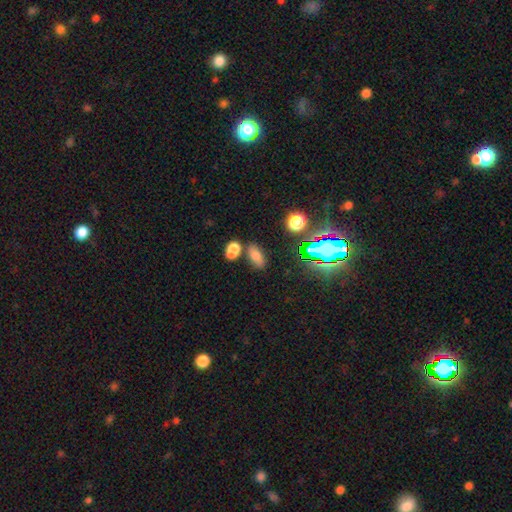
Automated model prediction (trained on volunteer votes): Smooth or featured: smooth — 71% (star or artifact — 19%)
How rounded: in between — 86% (cigar-shaped — 8%)
Merging: none — 69% (merger — 16%)